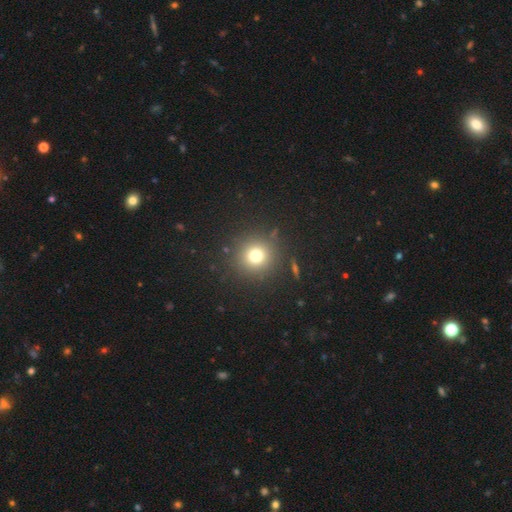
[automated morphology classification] Smooth or featured: smooth — 74% (star or artifact — 17%)
How rounded: round — 94% (in between — 5%)
Merging: none — 89% (minor disturbance — 6%)